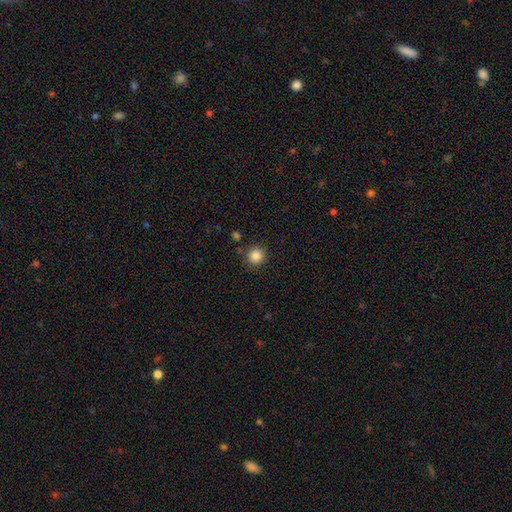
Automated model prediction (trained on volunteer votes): Smooth or featured?
  - smooth: 85% *
  - star or artifact: 11%
  - featured or disk: 4%
How rounded?
  - round: 93% *
  - in between: 6%
  - cigar-shaped: 1%
Merging?
  - none: 85% *
  - minor disturbance: 8%
  - merger: 4%
  - major disturbance: 3%